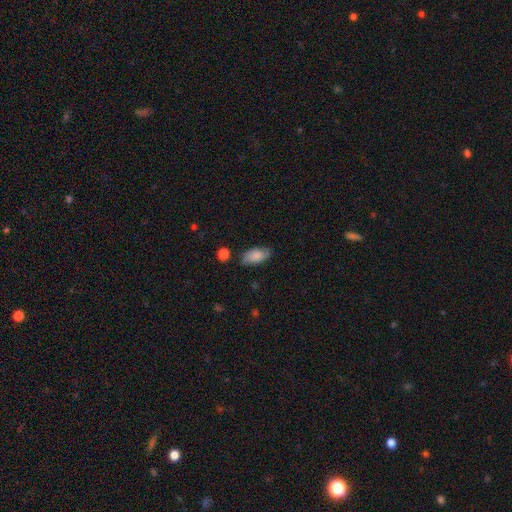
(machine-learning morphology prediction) The model was most divided on "merging": none: 77%, minor disturbance: 17%, major disturbance: 4%, merger: 2%. More confident: how rounded — in between (91%); smooth or featured — smooth (79%).